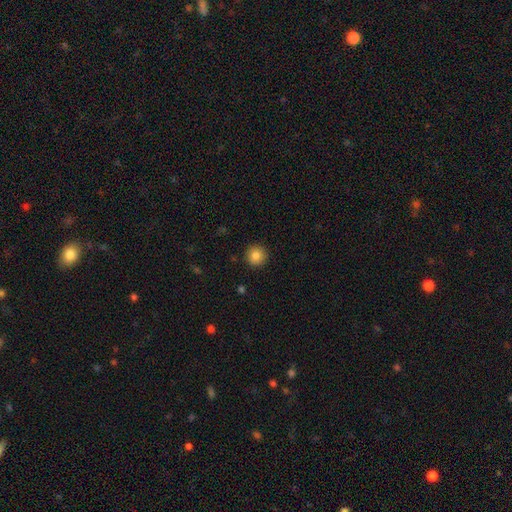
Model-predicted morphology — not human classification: This appears to be a smooth galaxy with no disk features (85%) that is round (94%). Merging: none (91%).